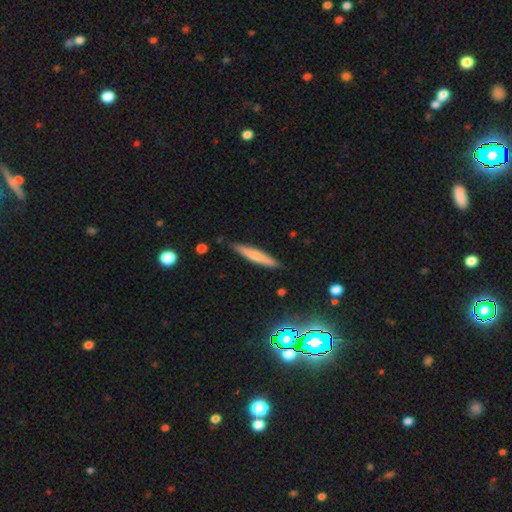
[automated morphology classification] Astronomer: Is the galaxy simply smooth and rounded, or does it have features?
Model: smooth — 62%.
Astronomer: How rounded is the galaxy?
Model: cigar-shaped — 92%.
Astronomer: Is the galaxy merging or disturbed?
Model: none — 86%.